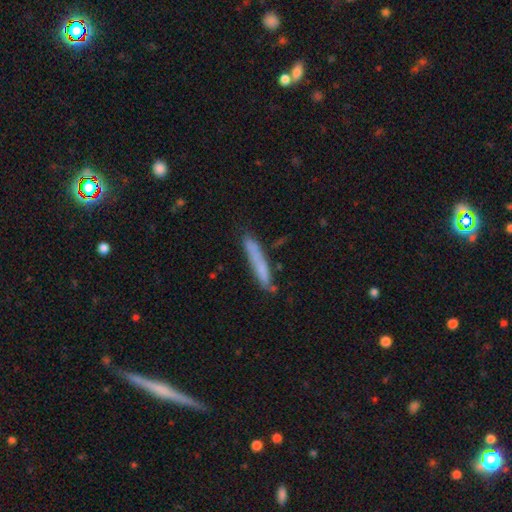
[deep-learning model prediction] Smooth or featured?
  - smooth: 64% *
  - featured or disk: 28%
  - star or artifact: 8%
How rounded?
  - cigar-shaped: 94% *
  - in between: 4%
  - round: 1%
Merging?
  - none: 77% *
  - minor disturbance: 17%
  - major disturbance: 3%
  - merger: 2%